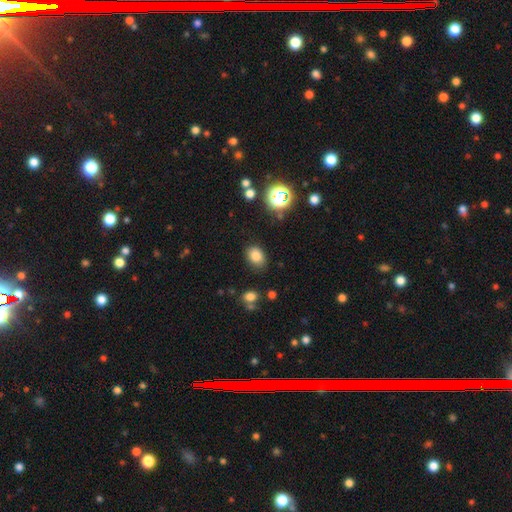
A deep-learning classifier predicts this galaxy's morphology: smooth 82%, star or artifact 12%, featured or disk 6%. Down the decision tree: how rounded — in between (70%); merging — none (82%).